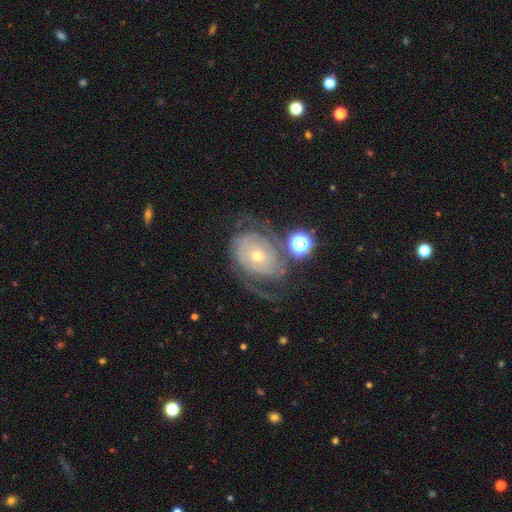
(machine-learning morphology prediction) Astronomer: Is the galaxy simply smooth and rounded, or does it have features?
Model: featured or disk — 86%.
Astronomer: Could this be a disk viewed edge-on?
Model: no — 97%.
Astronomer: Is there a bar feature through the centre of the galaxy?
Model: no — 74%.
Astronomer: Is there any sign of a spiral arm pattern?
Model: yes — 96%.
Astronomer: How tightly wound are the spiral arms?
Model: tight — 60%.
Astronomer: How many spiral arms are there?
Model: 2 — 59%.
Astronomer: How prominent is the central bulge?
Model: small — 62%.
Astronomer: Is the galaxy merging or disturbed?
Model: none — 62%.